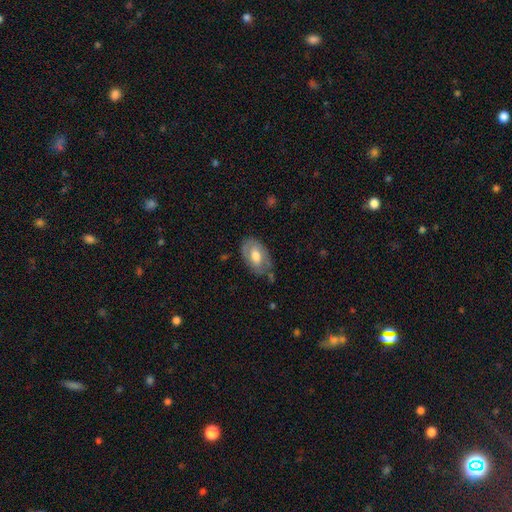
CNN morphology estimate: type=smooth (58%); roundness=in between (91%); merging=none (63%).